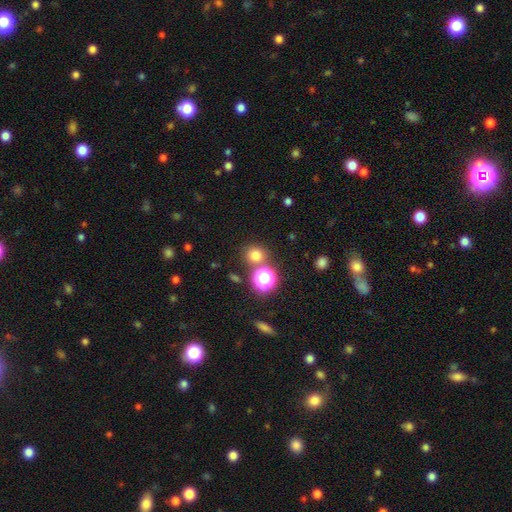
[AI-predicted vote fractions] A smooth galaxy with no disk features (72%) that is round (88%). Merging: none (76%).